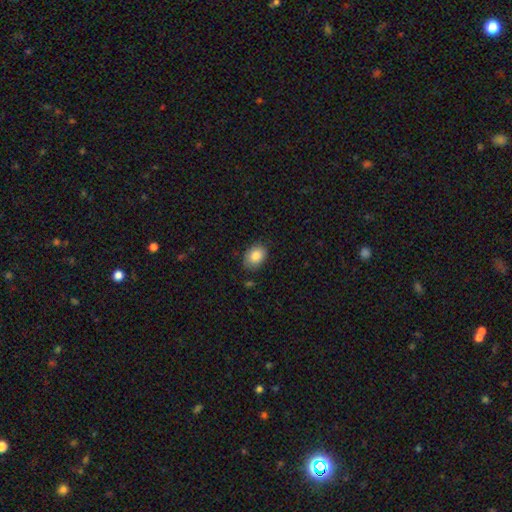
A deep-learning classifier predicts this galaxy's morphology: This is clearly a smooth galaxy (85%). How rounded: likely in between (72%). Merging: clearly none (81%).